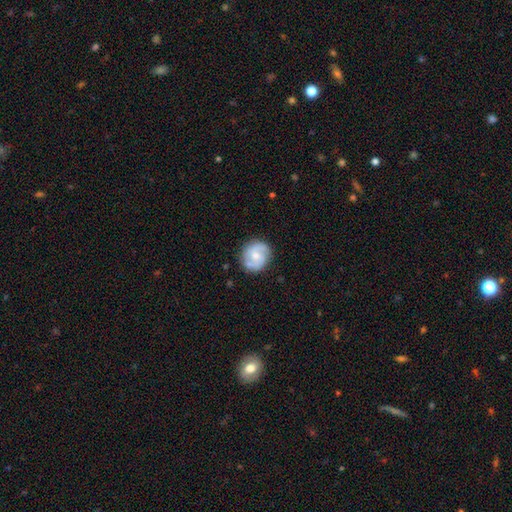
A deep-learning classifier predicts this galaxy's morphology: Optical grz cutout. It shows a featured or disk galaxy (71%) with no bar (56%), 2 (80%) medium (48%) spiral arms (93%) and a moderate central bulge (47%). Merging: none (78%).